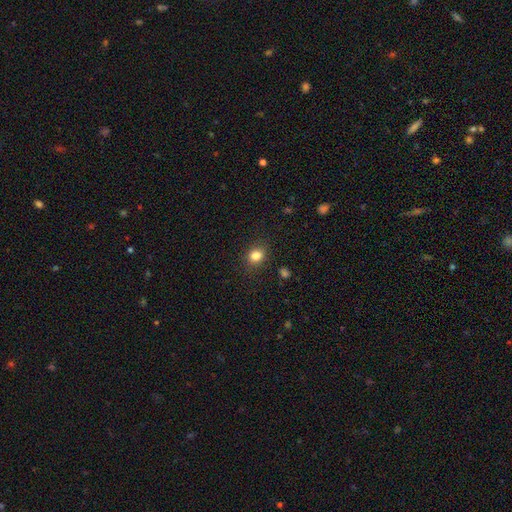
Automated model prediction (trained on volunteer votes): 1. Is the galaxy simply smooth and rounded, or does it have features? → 83% smooth, 12% star or artifact, 6% featured or disk.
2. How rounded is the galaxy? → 58% round, 41% in between, 1% cigar-shaped.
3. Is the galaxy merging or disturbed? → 85% none, 10% minor disturbance, 3% major disturbance, 1% merger.